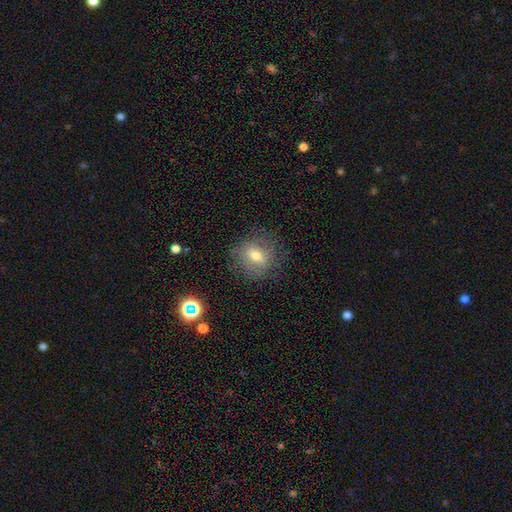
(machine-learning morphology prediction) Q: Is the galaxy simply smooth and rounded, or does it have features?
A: smooth — 57%.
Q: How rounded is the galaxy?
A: round — 68%.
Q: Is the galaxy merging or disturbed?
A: none — 76%.